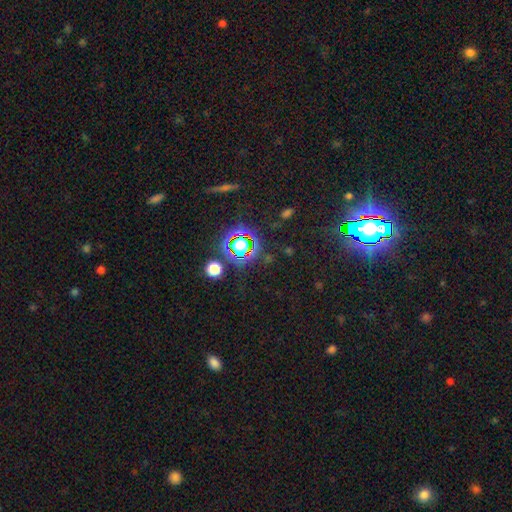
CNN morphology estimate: smooth_or_featured: star or artifact (p=0.82) [alt: smooth p=0.11]